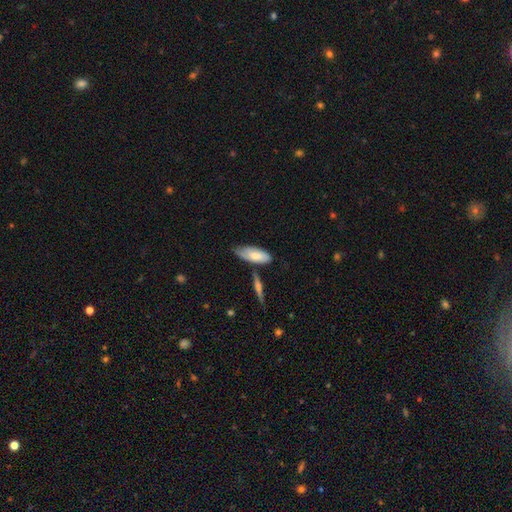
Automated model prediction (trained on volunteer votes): Q: Smooth or featured?
A: smooth (67%); runner-up: featured or disk (28%)
Q: How rounded?
A: in between (80%); runner-up: cigar-shaped (18%)
Q: Merging?
A: none (52%); runner-up: minor disturbance (31%)